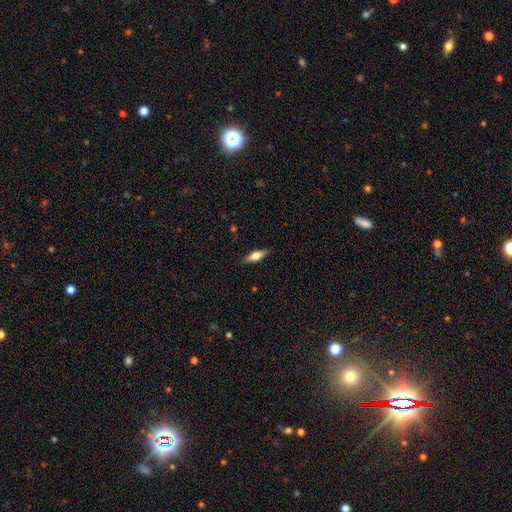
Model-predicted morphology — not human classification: Overall: smooth (54%; featured or disk 39%). How rounded: in between (60%; cigar-shaped 37%). Merging: none (86%).